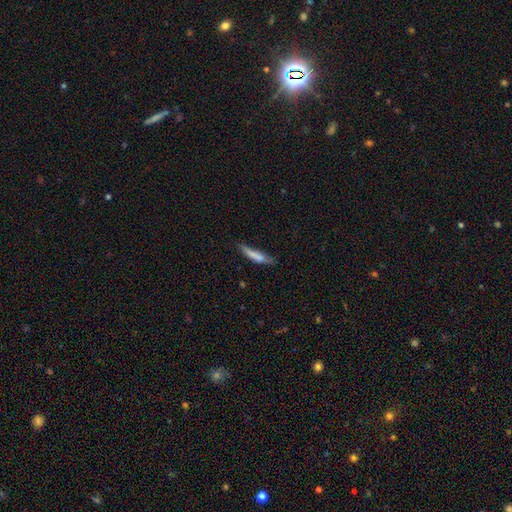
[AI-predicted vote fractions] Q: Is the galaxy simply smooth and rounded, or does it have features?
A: smooth — 74%.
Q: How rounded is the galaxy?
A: cigar-shaped — 81%.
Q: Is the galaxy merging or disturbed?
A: none — 50%.